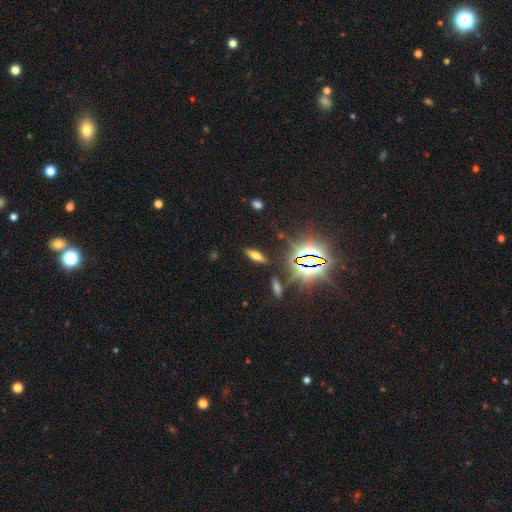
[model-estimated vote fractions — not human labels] Smooth or featured: smooth — 48% (star or artifact — 28%)
Merging: none — 86% (minor disturbance — 9%)